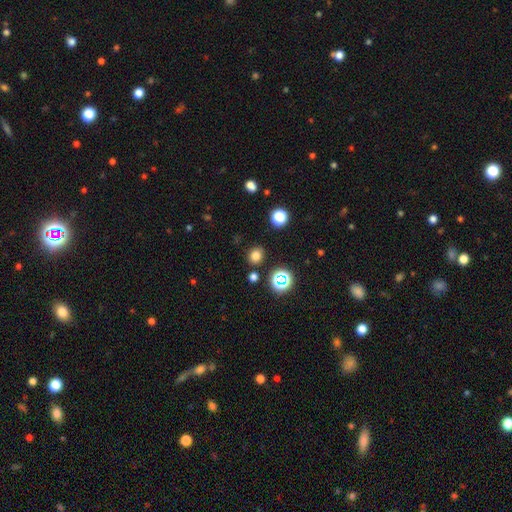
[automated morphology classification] smooth-or-featured: smooth: 75% | star or artifact: 19% | featured or disk: 6%
  how-rounded: round: 73% | in between: 26% | cigar-shaped: 1%
  merging: none: 86% | minor disturbance: 8% | merger: 3% | major disturbance: 3%